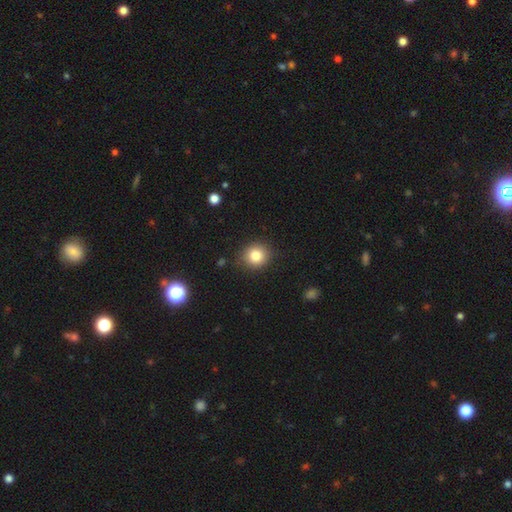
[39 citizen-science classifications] Morphology: type=smooth (82%); roundness=round (84%); merging=none (94%).